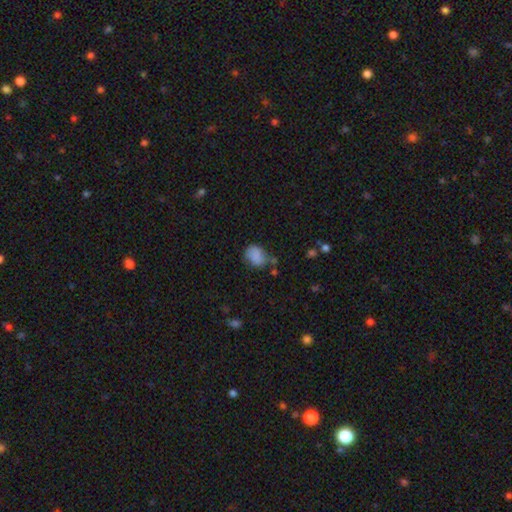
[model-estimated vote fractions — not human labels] Overall: smooth (81%). How rounded: in between (54%; round 45%). Merging: none (56%; minor disturbance 27%).